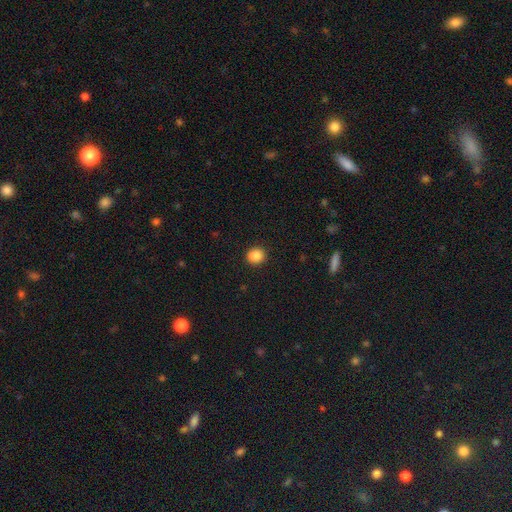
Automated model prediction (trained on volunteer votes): A smooth galaxy with no disk features (87%) that is round (84%).

Vote fractions:
- Smooth or featured? smooth: 87% / star or artifact: 10% / featured or disk: 4%
- How rounded? round: 84% / in between: 15% / cigar-shaped: 1%
- Merging? none: 89% / minor disturbance: 8% / major disturbance: 2% / merger: 1%